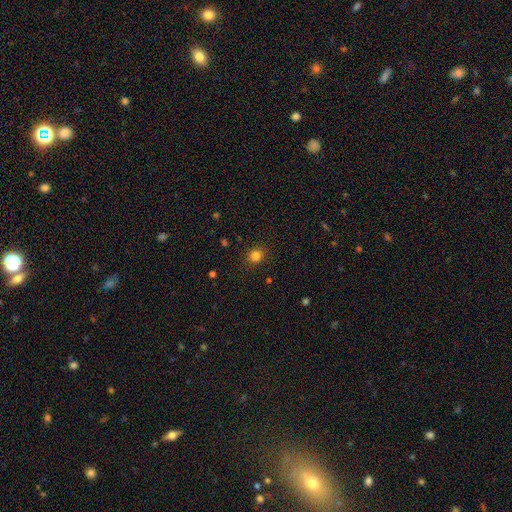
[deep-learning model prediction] A smooth galaxy with no disk features (82%) that is round (84%). Merging: none (89%).